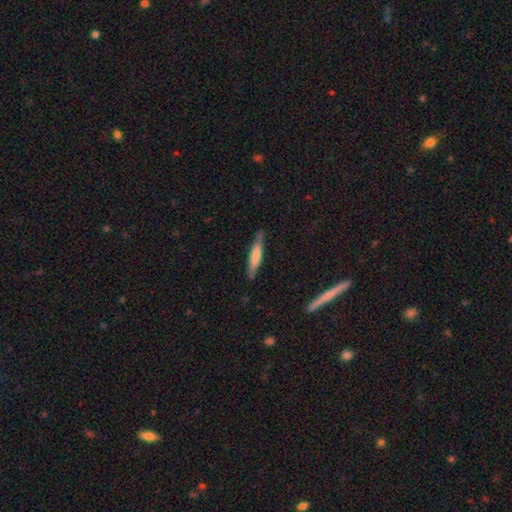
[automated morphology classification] Smooth or featured? smooth (59%)
How rounded? cigar-shaped (91%)
Merging? none (85%)